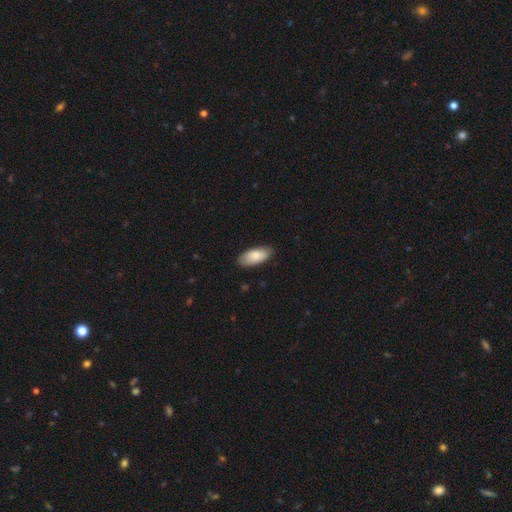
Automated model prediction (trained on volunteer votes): A smooth galaxy with no disk features (83%) that is in between round and cigar-shaped (92%).

Vote fractions:
- Smooth or featured? smooth: 83% / featured or disk: 12% / star or artifact: 6%
- How rounded? in between: 92% / cigar-shaped: 6% / round: 2%
- Merging? none: 83% / minor disturbance: 14% / major disturbance: 2% / merger: 1%